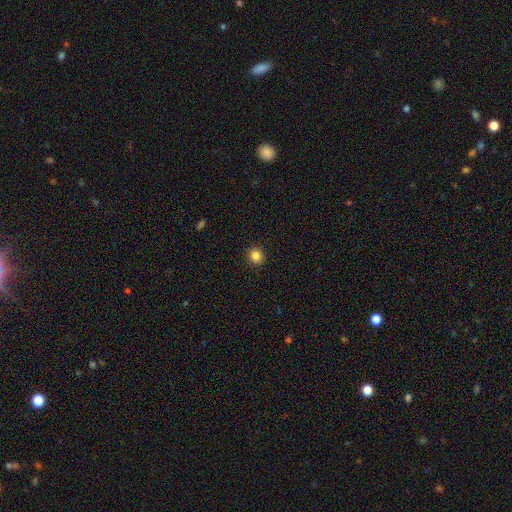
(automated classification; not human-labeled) Q: Smooth or featured?
A: smooth (85%); runner-up: star or artifact (11%)
Q: How rounded?
A: round (86%); runner-up: in between (13%)
Q: Merging?
A: none (92%); runner-up: minor disturbance (5%)